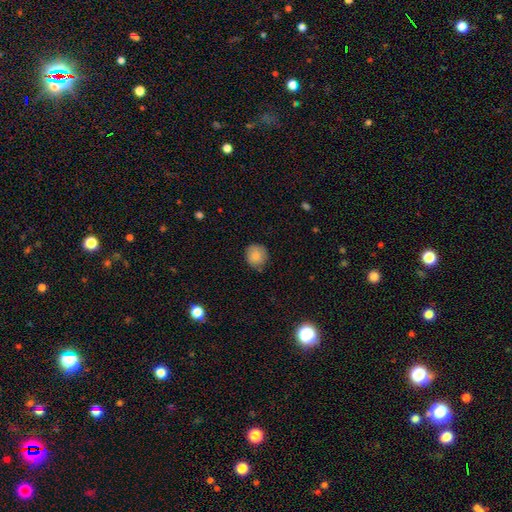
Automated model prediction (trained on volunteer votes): Smooth or featured: smooth — 84% (star or artifact — 8%)
How rounded: round — 89% (in between — 10%)
Merging: none — 79% (minor disturbance — 17%)